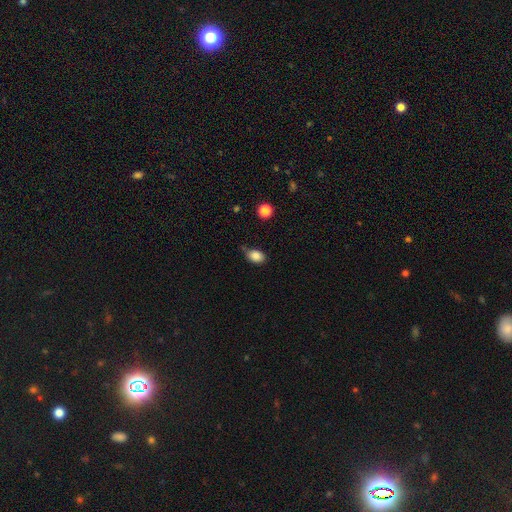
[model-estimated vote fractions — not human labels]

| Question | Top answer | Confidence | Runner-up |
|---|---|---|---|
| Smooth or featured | smooth | 84% | star or artifact (10%) |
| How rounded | in between | 78% | round (21%) |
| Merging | none | 62% | minor disturbance (28%) |